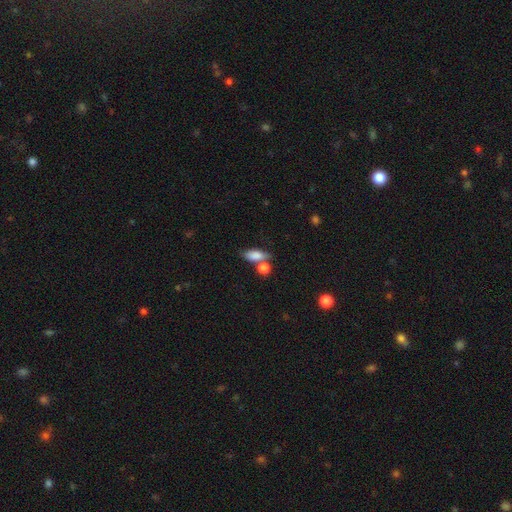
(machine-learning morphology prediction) Overall: smooth (81%). How rounded: in between (79%). Merging: none (47%; merger 31%).